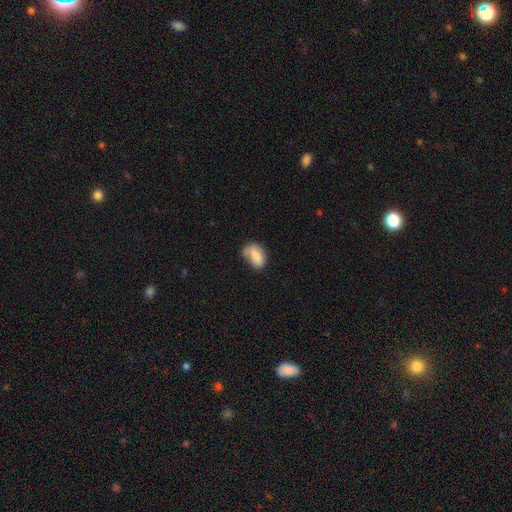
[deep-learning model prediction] The model was most divided on "merging": none: 53%, minor disturbance: 33%, major disturbance: 10%, merger: 4%. More confident: how rounded — in between (87%); smooth or featured — smooth (78%).